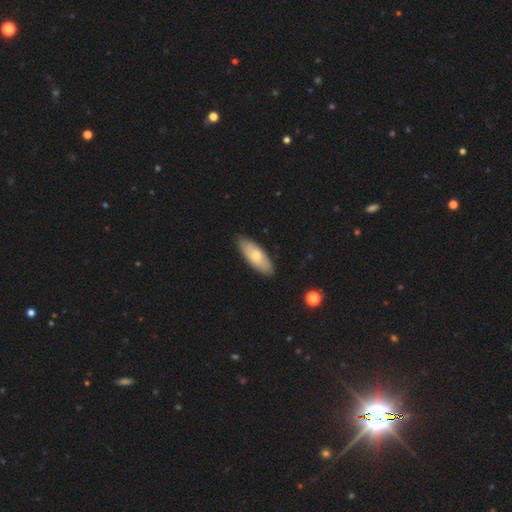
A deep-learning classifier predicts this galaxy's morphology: smooth 66%, featured or disk 28%, star or artifact 5%. Down the decision tree: how rounded — in between (74%); merging — none (85%).